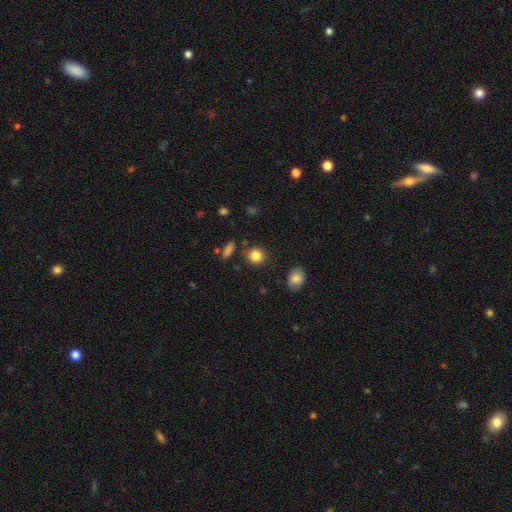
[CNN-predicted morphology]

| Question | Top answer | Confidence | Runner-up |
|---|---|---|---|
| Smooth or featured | smooth | 85% | star or artifact (10%) |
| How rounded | round | 85% | in between (13%) |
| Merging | none | 86% | minor disturbance (8%) |